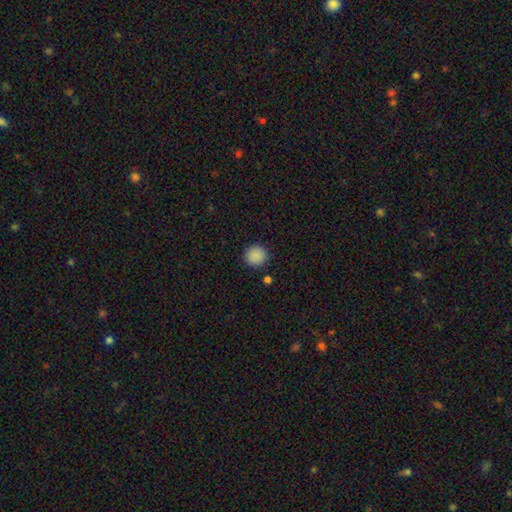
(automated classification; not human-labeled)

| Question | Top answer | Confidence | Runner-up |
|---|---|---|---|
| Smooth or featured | smooth | 89% | star or artifact (8%) |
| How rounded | round | 92% | in between (7%) |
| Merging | none | 89% | minor disturbance (6%) |